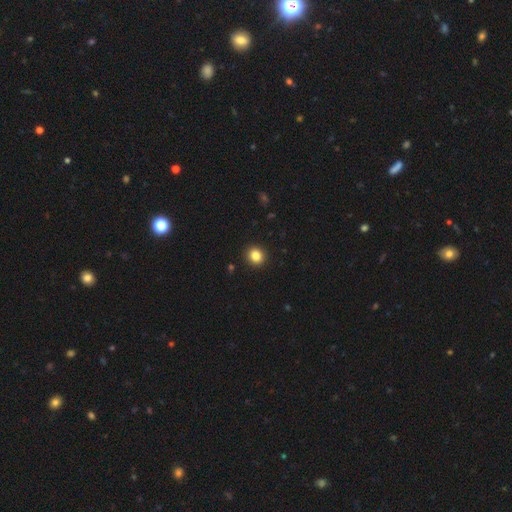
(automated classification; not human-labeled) Smooth or featured? Predicted: smooth (p=0.84). How rounded? Predicted: round (p=0.85). Merging? Predicted: none (p=0.92).